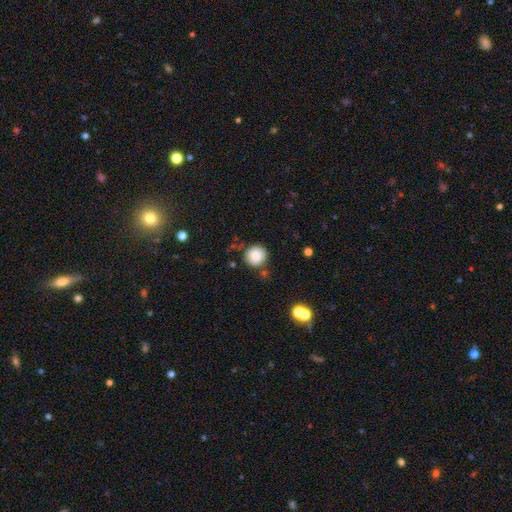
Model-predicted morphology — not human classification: Smooth or featured?
  - smooth: 85% *
  - star or artifact: 10%
  - featured or disk: 5%
How rounded?
  - round: 91% *
  - in between: 8%
  - cigar-shaped: 1%
Merging?
  - none: 79% *
  - minor disturbance: 12%
  - merger: 5%
  - major disturbance: 4%